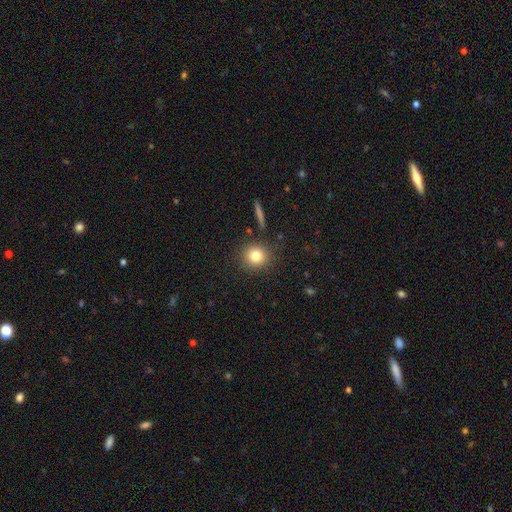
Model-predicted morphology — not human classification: type=smooth (81%); roundness=round (89%); merging=none (87%).